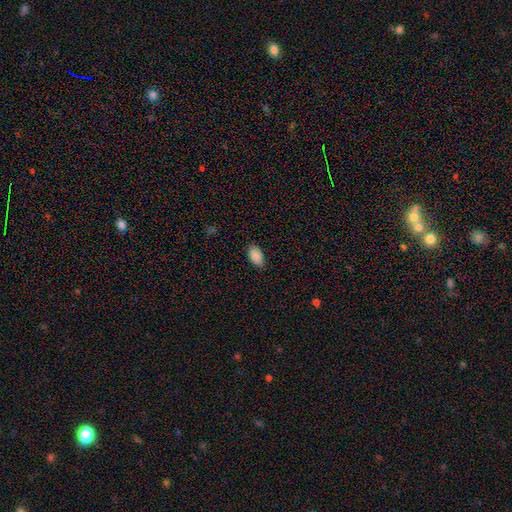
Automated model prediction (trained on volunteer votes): This appears to be a smooth galaxy with no disk features (89%) that is in between round and cigar-shaped (93%). Merging: none (82%).